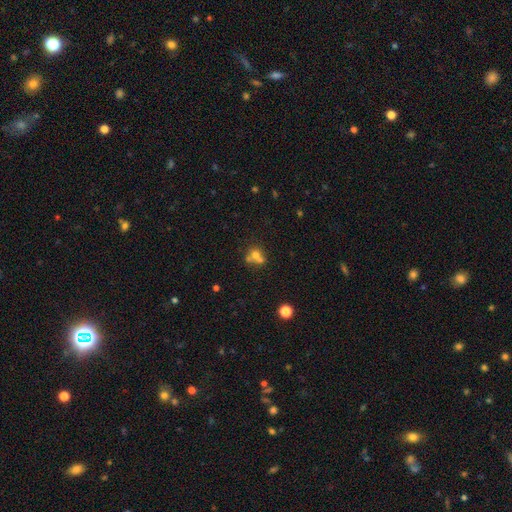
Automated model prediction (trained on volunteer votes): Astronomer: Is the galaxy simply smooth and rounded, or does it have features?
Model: smooth — 62%.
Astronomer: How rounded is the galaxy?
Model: round — 73%.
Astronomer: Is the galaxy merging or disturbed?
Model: merger — 53% (runner-up: none, 34%).